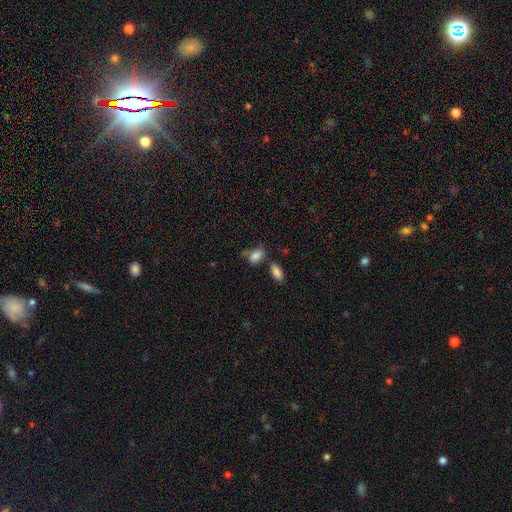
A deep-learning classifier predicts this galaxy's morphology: This appears to be a smooth galaxy with no disk features (84%) that is in between round and cigar-shaped (88%). Merging: none (49%).